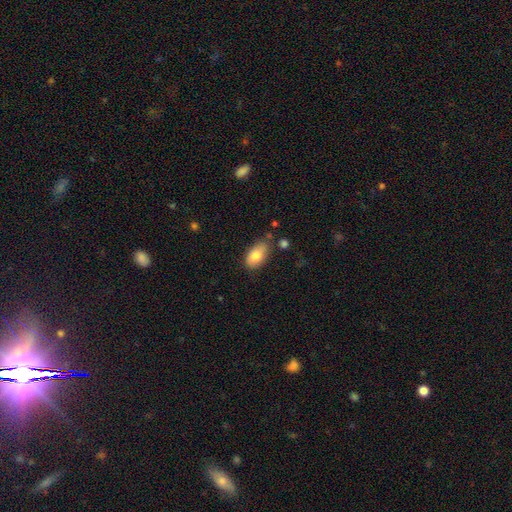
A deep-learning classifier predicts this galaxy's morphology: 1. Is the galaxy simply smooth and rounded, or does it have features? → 80% smooth, 13% featured or disk, 7% star or artifact.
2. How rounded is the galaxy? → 92% in between, 6% round, 2% cigar-shaped.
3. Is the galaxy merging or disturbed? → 69% none, 22% minor disturbance, 5% merger, 4% major disturbance.